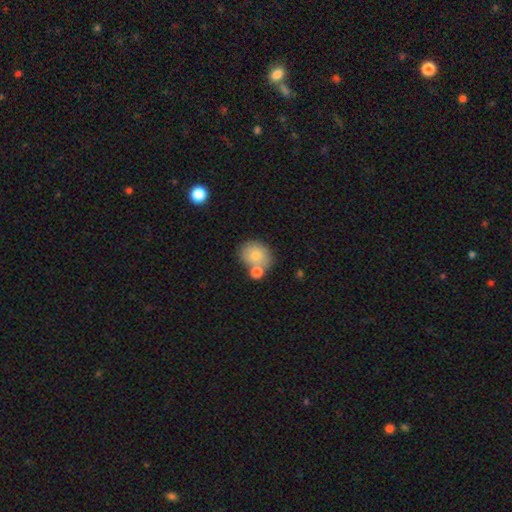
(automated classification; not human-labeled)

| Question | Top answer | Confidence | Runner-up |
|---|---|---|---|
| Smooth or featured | smooth | 77% | featured or disk (14%) |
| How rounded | round | 68% | in between (31%) |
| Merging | none | 53% | merger (31%) |